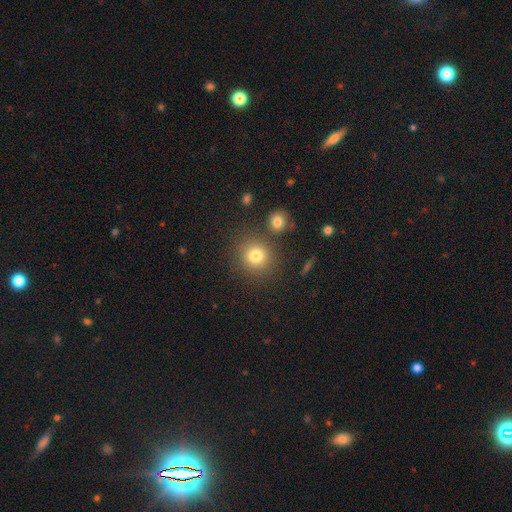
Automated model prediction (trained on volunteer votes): Smooth or featured: smooth — 80% (star or artifact — 13%)
How rounded: round — 89% (in between — 10%)
Merging: none — 81% (minor disturbance — 9%)